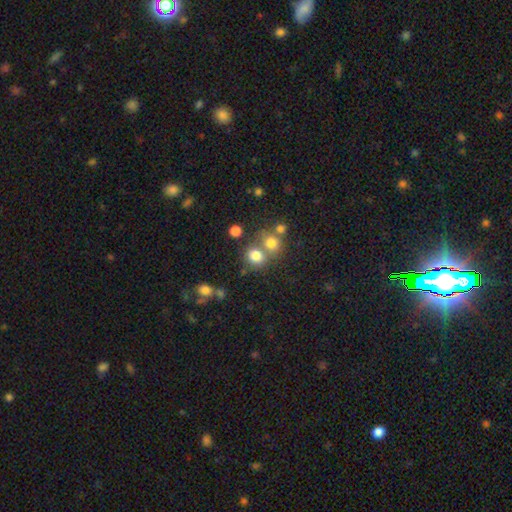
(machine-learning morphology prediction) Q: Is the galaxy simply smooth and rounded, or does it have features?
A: smooth — 77%.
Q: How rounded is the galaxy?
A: round — 76%.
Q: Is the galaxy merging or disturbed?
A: none — 53%.